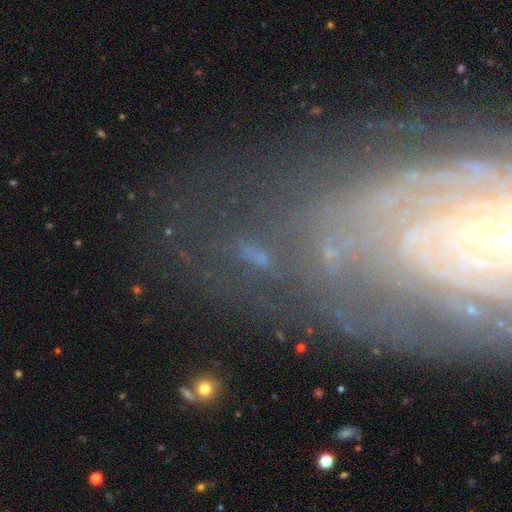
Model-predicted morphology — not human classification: The model was most divided on "smooth or featured": featured or disk: 41%, star or artifact: 39%, smooth: 20%. More confident: merging — none (57%).